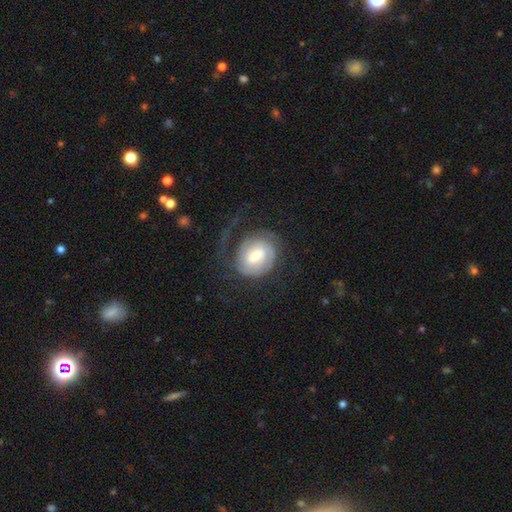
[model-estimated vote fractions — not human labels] smooth-or-featured: featured or disk: 73% | smooth: 21% | star or artifact: 6%
  disk-edge-on: no: 97% | yes: 3%
    bar: weak: 55% | strong: 24% | no: 21%
    has-spiral-arms: yes: 91% | no: 9%
      spiral-winding: tight: 48% | medium: 32% | loose: 20%
      spiral-arm-count: 2: 52% | can't tell: 19% | 1: 17% | 3: 6% | 4: 3% | more than 4: 3%
    bulge-size: moderate: 48% | small: 29% | large: 16% | none: 4% | dominant: 3%
  merging: none: 49% | major disturbance: 32% | minor disturbance: 17% | merger: 2%